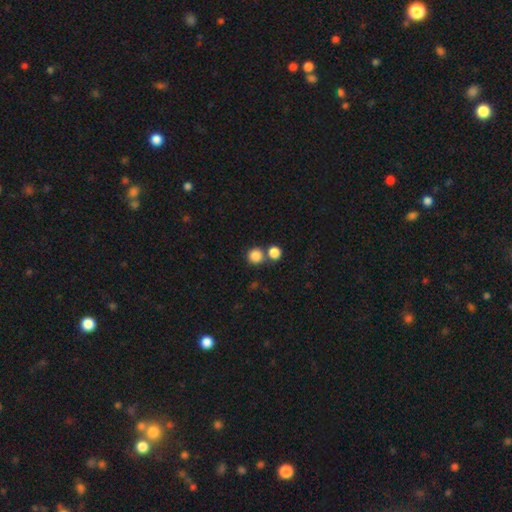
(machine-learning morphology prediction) smooth-or-featured: smooth: 84% | star or artifact: 11% | featured or disk: 5%
  how-rounded: round: 92% | in between: 7% | cigar-shaped: 1%
  merging: none: 63% | merger: 27% | minor disturbance: 7% | major disturbance: 3%